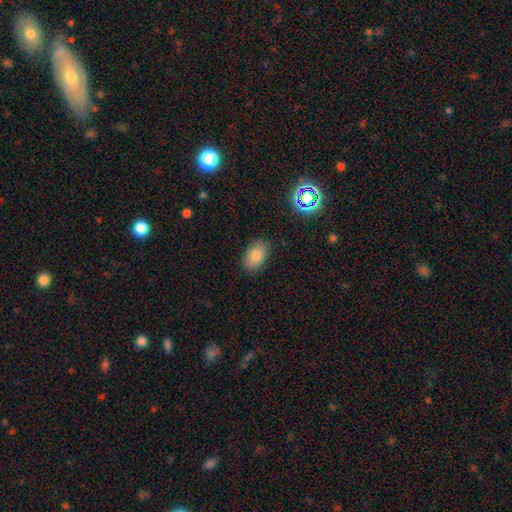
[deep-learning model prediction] This is clearly a smooth galaxy (83%). How rounded: clearly in between (91%). Merging: clearly none (85%).